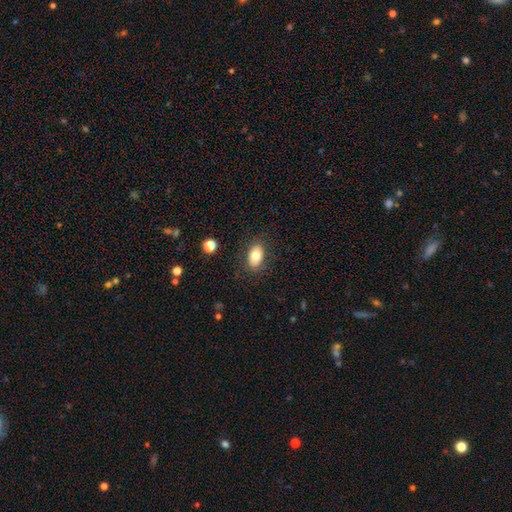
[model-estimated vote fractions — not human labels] Smooth or featured? smooth (78%)
How rounded? in between (90%)
Merging? none (85%)